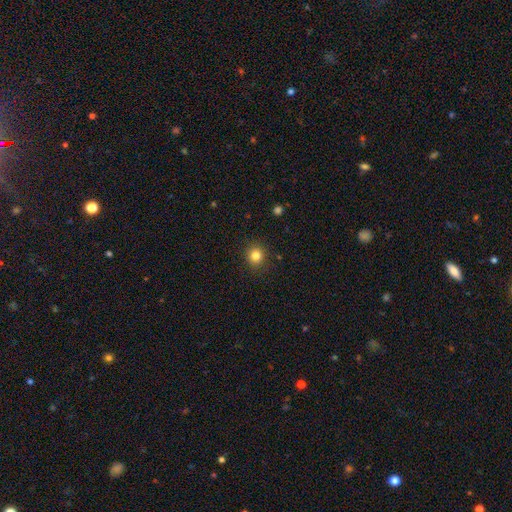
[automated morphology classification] Smooth or featured: smooth — 83% (star or artifact — 12%)
How rounded: round — 89% (in between — 10%)
Merging: none — 90% (minor disturbance — 6%)